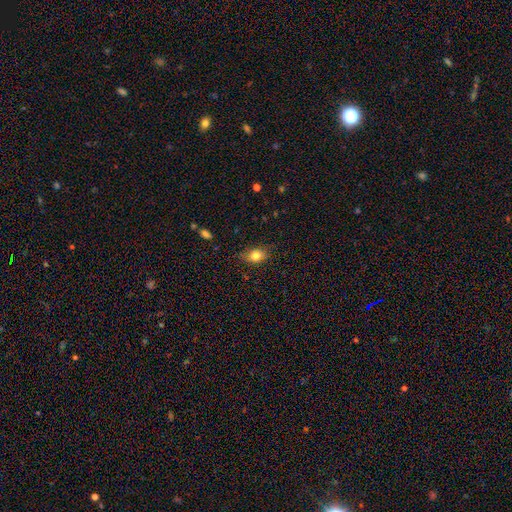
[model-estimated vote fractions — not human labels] Morphology: type=smooth (82%); roundness=in between (66%); merging=none (79%).